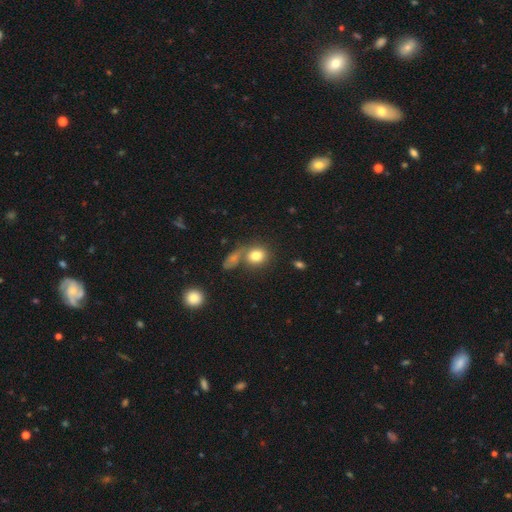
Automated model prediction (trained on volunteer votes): A smooth galaxy with no disk features (79%) that is round (61%). Merging: none (48%).